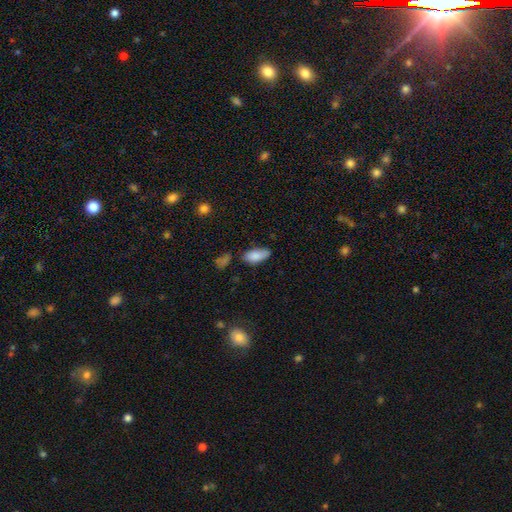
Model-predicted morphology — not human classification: Smooth or featured? smooth (85%)
How rounded? in between (90%)
Merging? none (67%)